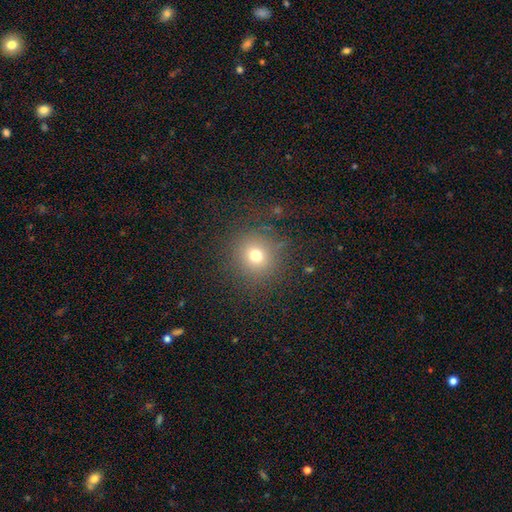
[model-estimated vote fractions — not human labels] Morphology: type=smooth (72%); roundness=round (91%); merging=none (85%).